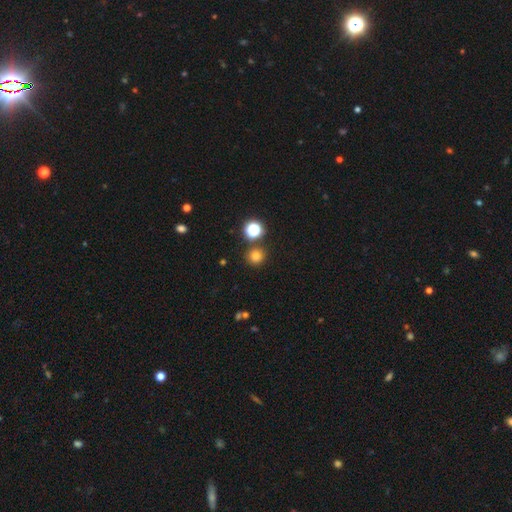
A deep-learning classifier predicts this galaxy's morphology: smooth_or_featured: smooth (p=0.76) [alt: star or artifact p=0.18]
how_rounded: round (p=0.93) [alt: in between p=0.06]
merging: none (p=0.85) [alt: minor disturbance p=0.06]